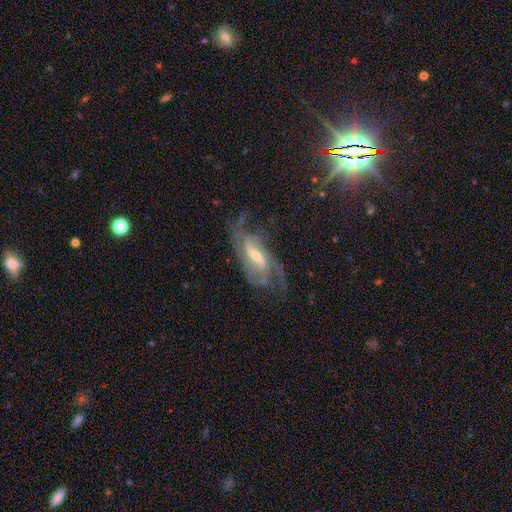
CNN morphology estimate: smooth-or-featured: featured or disk: 86% | star or artifact: 7% | smooth: 7%
  disk-edge-on: no: 92% | yes: 8%
    bar: weak: 46% | strong: 38% | no: 16%
    has-spiral-arms: yes: 96% | no: 4%
      spiral-winding: medium: 48% | loose: 27% | tight: 25%
      spiral-arm-count: 2: 53% | 3: 17% | can't tell: 15% | 4: 6% | 1: 5% | more than 4: 4%
    bulge-size: moderate: 49% | small: 41% | large: 5% | none: 4% | dominant: 1%
  merging: none: 63% | minor disturbance: 19% | major disturbance: 16% | merger: 2%